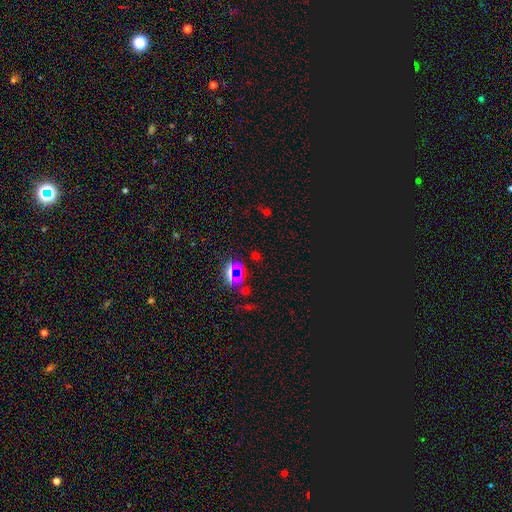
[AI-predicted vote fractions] This appears to be a star or artifact, not a galaxy (67%).